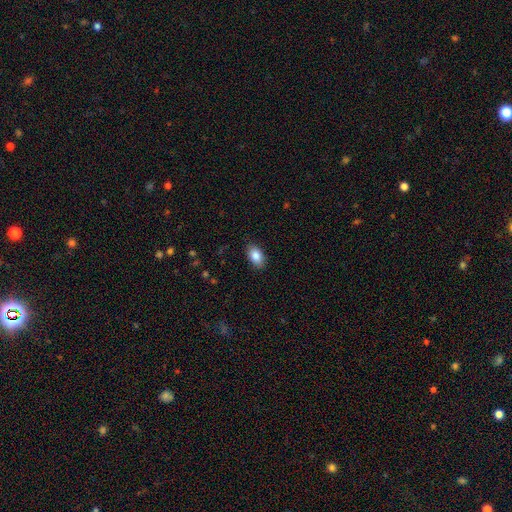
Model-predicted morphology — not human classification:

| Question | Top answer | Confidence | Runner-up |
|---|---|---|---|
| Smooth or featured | smooth | 87% | star or artifact (7%) |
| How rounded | in between | 91% | round (7%) |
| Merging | none | 87% | minor disturbance (10%) |